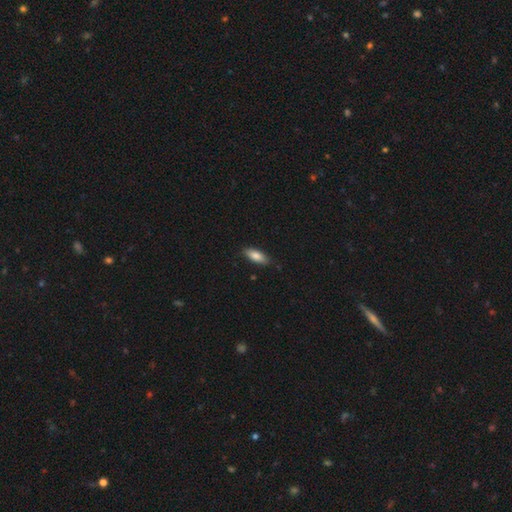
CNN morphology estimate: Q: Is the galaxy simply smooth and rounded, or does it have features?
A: smooth — 83%.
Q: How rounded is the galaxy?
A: in between — 76%.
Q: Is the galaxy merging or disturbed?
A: none — 84%.